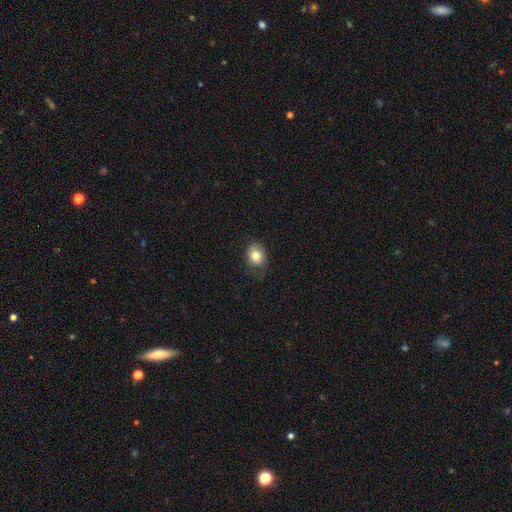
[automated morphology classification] This appears to be a smooth galaxy with no disk features (80%) that is in between round and cigar-shaped (54%). Merging: none (72%).